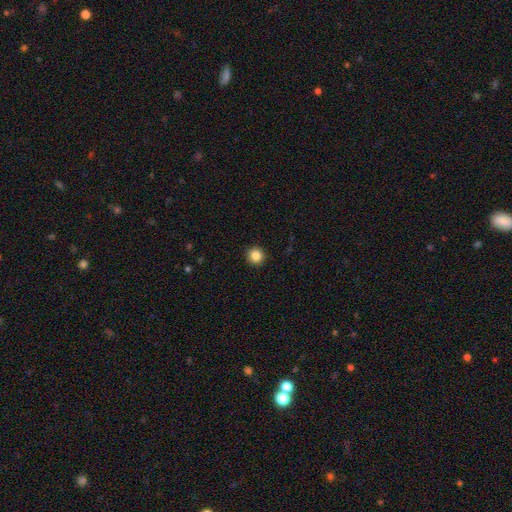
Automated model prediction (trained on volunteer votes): A smooth galaxy with no disk features (86%) that is round (95%).

Vote fractions:
- Smooth or featured? smooth: 86% / star or artifact: 10% / featured or disk: 4%
- How rounded? round: 95% / in between: 4% / cigar-shaped: 1%
- Merging? none: 93% / minor disturbance: 5% / major disturbance: 2% / merger: 1%